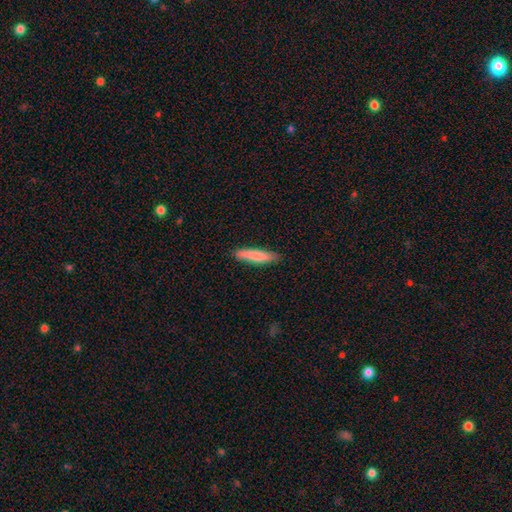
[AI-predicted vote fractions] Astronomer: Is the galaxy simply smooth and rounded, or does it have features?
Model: smooth — 82%.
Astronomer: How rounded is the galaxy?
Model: cigar-shaped — 87%.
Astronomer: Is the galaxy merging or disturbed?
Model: none — 86%.